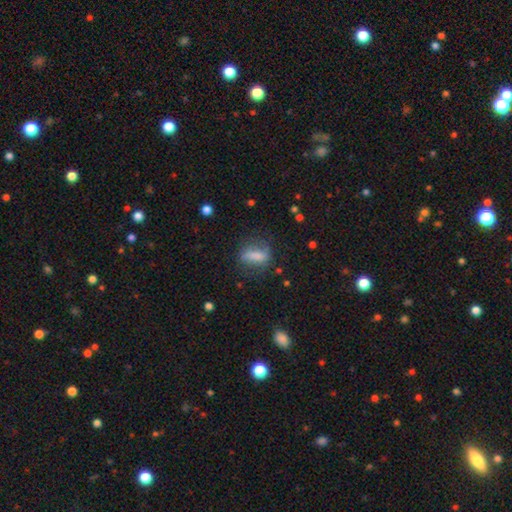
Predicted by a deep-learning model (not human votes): Q: Smooth or featured?
A: smooth (63%); runner-up: featured or disk (27%)
Q: How rounded?
A: in between (60%); runner-up: cigar-shaped (28%)
Q: Merging?
A: none (60%); runner-up: minor disturbance (21%)